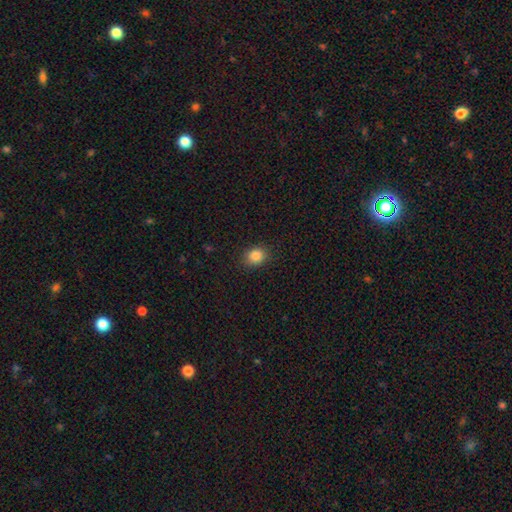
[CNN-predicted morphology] smooth-or-featured: smooth: 85% | star or artifact: 10% | featured or disk: 4%
  how-rounded: round: 58% | in between: 41% | cigar-shaped: 1%
  merging: none: 88% | minor disturbance: 8% | major disturbance: 2% | merger: 1%